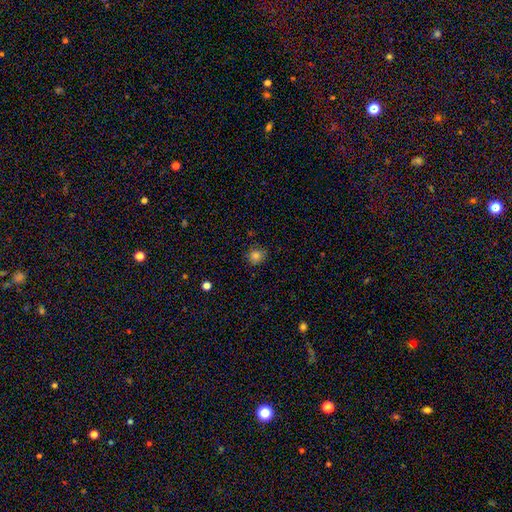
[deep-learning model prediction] smooth 82%, star or artifact 13%, featured or disk 5%. Down the decision tree: how rounded — round (88%); merging — none (85%).